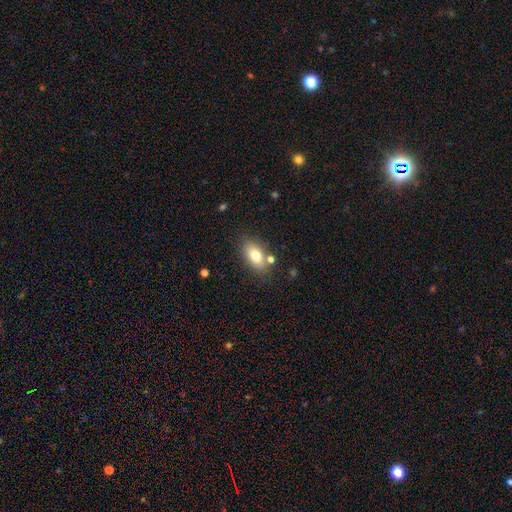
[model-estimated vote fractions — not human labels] Q: Smooth or featured?
A: smooth (77%); runner-up: featured or disk (14%)
Q: How rounded?
A: in between (87%); runner-up: round (9%)
Q: Merging?
A: none (75%); runner-up: minor disturbance (13%)